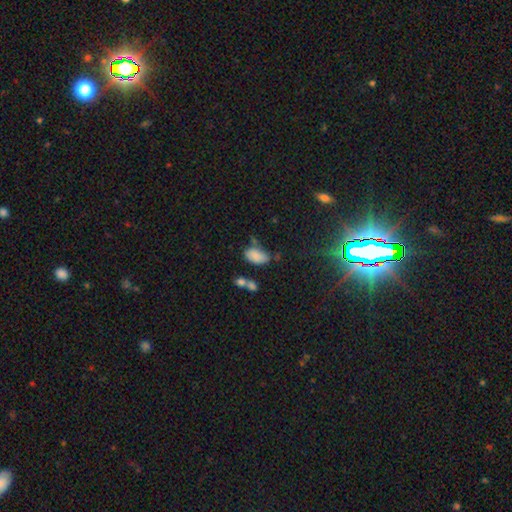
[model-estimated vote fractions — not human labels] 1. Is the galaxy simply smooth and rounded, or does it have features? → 83% smooth, 9% star or artifact, 8% featured or disk.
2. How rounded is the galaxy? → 93% in between, 4% round, 3% cigar-shaped.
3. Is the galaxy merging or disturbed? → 48% none, 26% minor disturbance, 17% merger, 8% major disturbance.